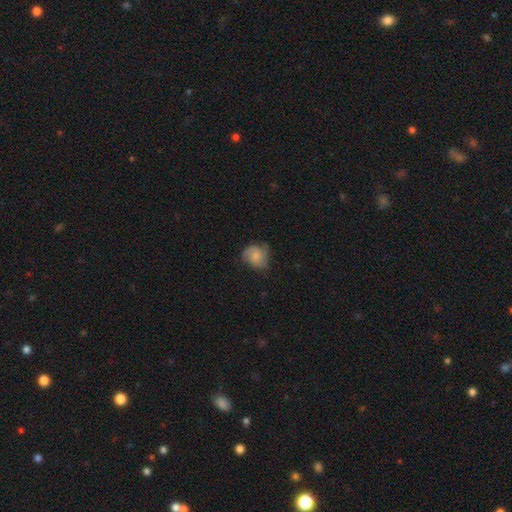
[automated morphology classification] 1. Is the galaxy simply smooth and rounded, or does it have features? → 47% smooth, 46% featured or disk, 8% star or artifact.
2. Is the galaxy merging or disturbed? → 59% none, 28% minor disturbance, 11% major disturbance, 1% merger.